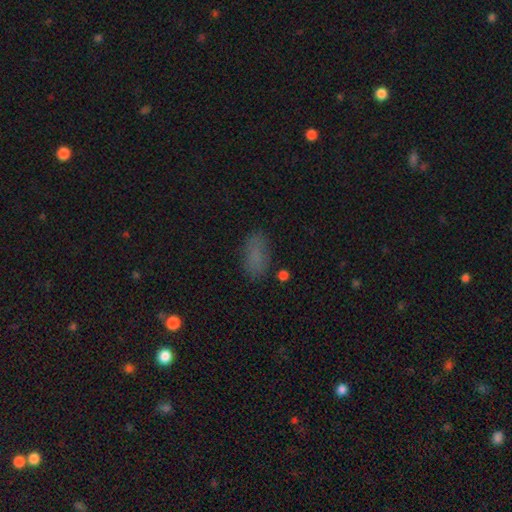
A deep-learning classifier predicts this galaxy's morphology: Smooth or featured? smooth (77%)
How rounded? in between (91%)
Merging? none (80%)